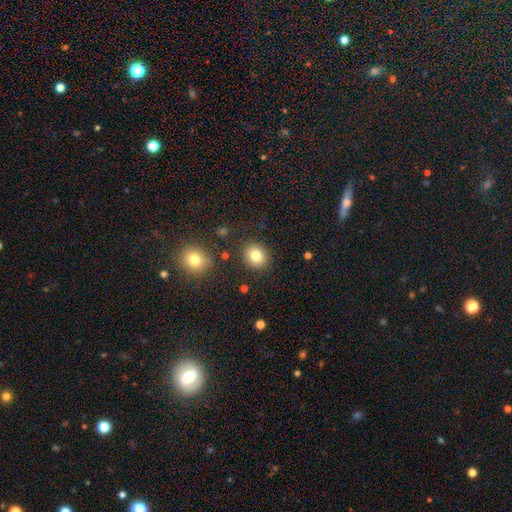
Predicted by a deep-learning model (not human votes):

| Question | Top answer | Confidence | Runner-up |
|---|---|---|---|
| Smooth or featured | smooth | 81% | star or artifact (11%) |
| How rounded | round | 74% | in between (25%) |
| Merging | none | 87% | minor disturbance (8%) |